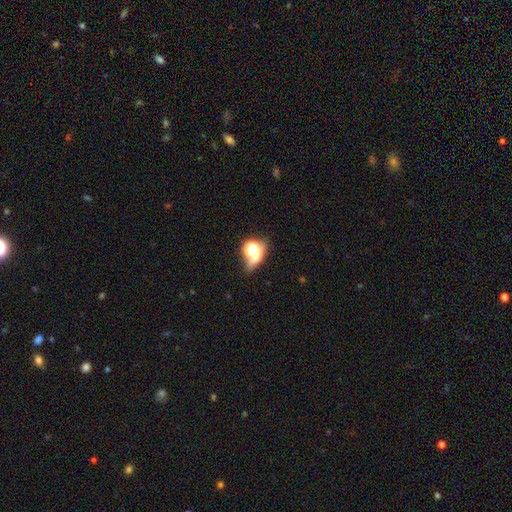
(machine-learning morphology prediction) smooth_or_featured: smooth (p=0.53) [alt: star or artifact p=0.29]
how_rounded: in between (p=0.49) [alt: round p=0.44]
merging: none (p=0.41) [alt: merger p=0.21]